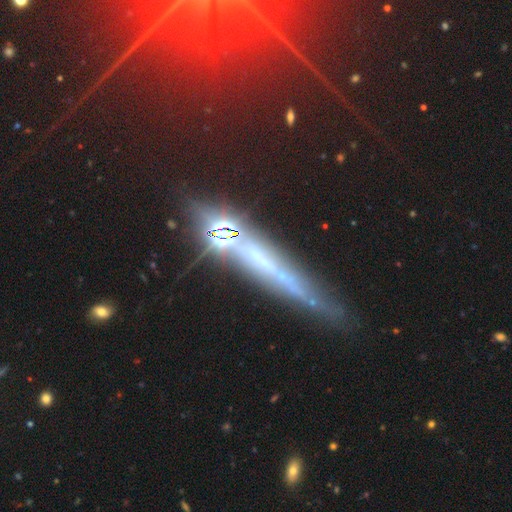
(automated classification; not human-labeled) This is possibly a featured or disk galaxy (53%). It is clearly viewed edge-on (80%). Merging: likely none (65%).